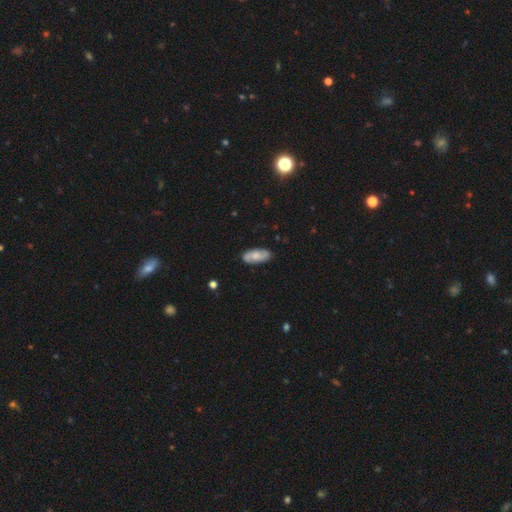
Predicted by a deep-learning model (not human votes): A smooth galaxy with no disk features (55%) that is in between round and cigar-shaped (87%).

Vote fractions:
- Smooth or featured? smooth: 55% / featured or disk: 39% / star or artifact: 6%
- How rounded? in between: 87% / cigar-shaped: 11% / round: 3%
- Merging? none: 85% / minor disturbance: 11% / major disturbance: 2% / merger: 1%